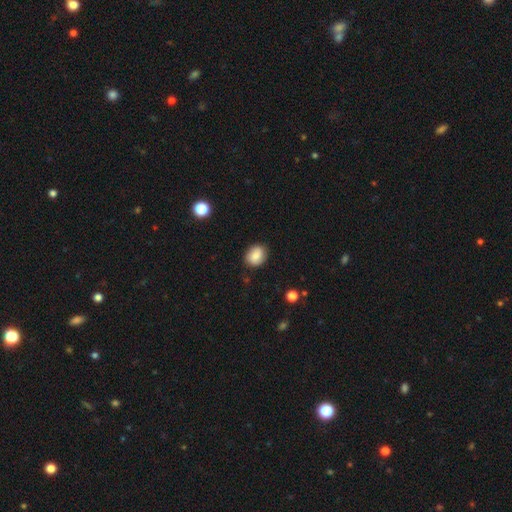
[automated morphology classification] A smooth galaxy with no disk features (78%) that is round (55%).

Vote fractions:
- Smooth or featured? smooth: 78% / featured or disk: 13% / star or artifact: 8%
- How rounded? round: 55% / in between: 44% / cigar-shaped: 1%
- Merging? none: 84% / minor disturbance: 12% / major disturbance: 3% / merger: 1%